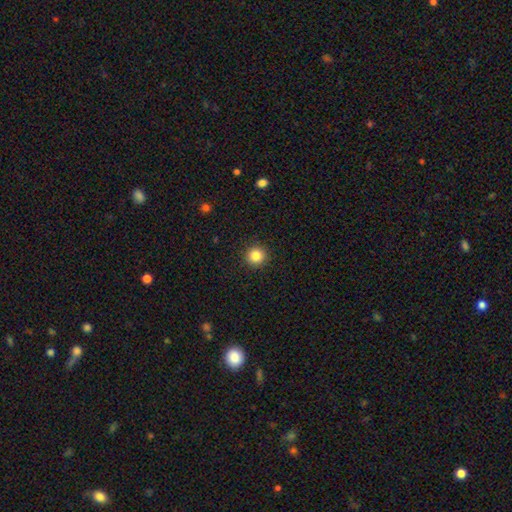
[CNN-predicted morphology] Smooth or featured? smooth (85%)
How rounded? round (95%)
Merging? none (93%)